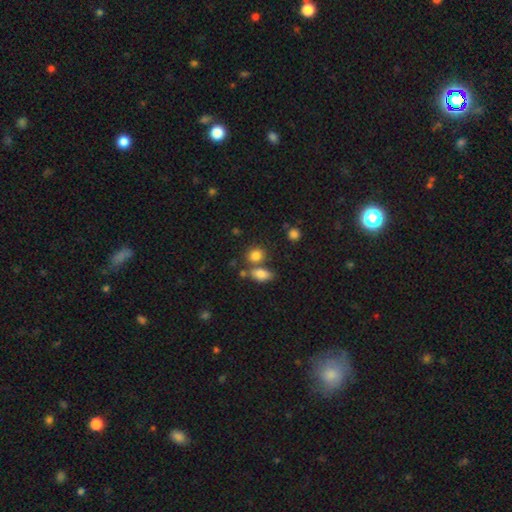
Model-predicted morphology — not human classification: Smooth or featured? Predicted: smooth (p=0.82). How rounded? Predicted: round (p=0.52). Merging? Predicted: none (p=0.57).